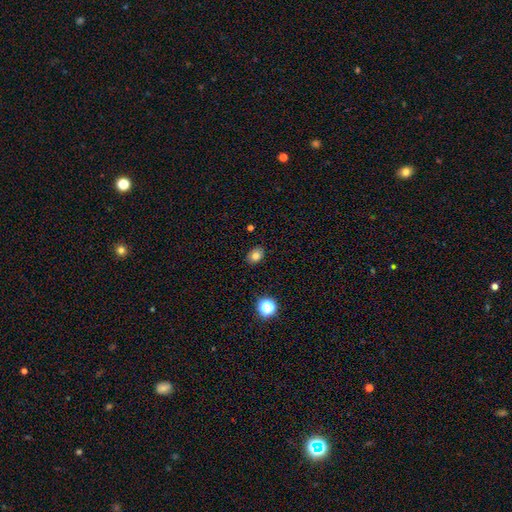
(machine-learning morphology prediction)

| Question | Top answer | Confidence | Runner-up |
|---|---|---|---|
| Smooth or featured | smooth | 79% | star or artifact (12%) |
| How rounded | in between | 68% | round (31%) |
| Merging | none | 87% | minor disturbance (9%) |